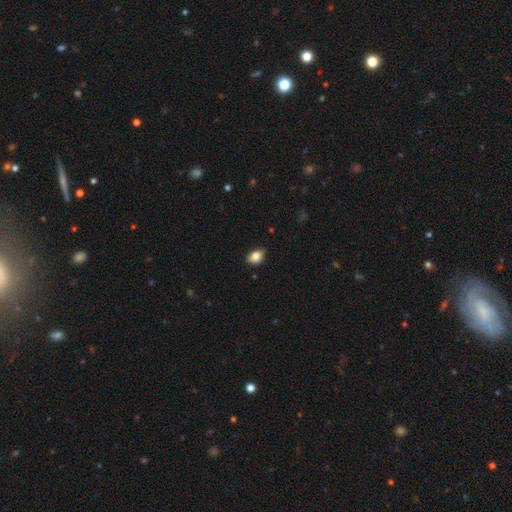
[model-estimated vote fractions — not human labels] Smooth or featured? Predicted: smooth (p=0.84). How rounded? Predicted: in between (p=0.80). Merging? Predicted: none (p=0.78).